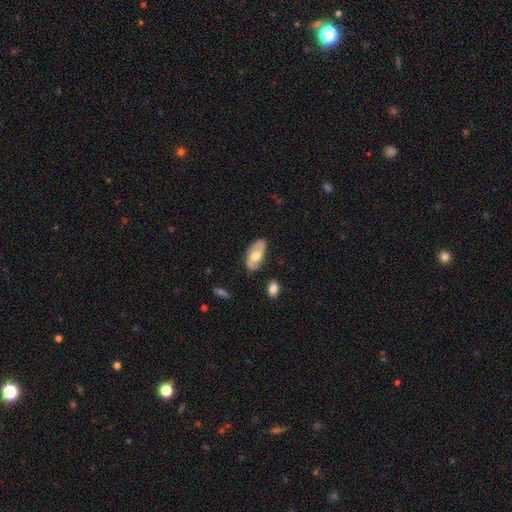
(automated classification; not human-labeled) featured or disk 57%, smooth 38%, star or artifact 6%. Down the decision tree: edge-on disk — no (90%); bar — no (63%); spiral arms — yes (73%); bulge size — moderate (73%); merging — none (78%).